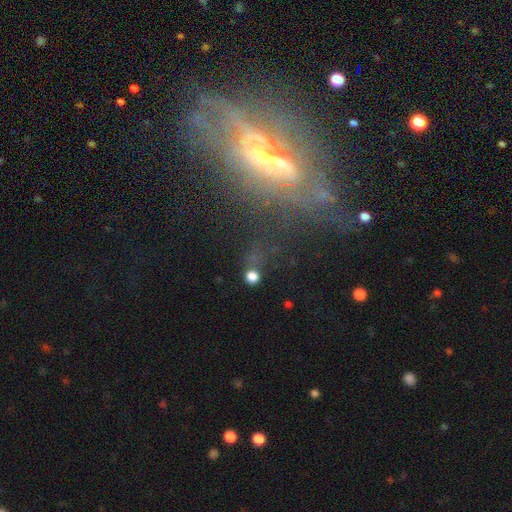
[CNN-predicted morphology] Smooth or featured?
  - featured or disk: 64% *
  - smooth: 18%
  - star or artifact: 18%
Edge-on disk?
  - yes: 51% *
  - no: 49%
Merging?
  - none: 45% *
  - major disturbance: 29%
  - minor disturbance: 19%
  - merger: 7%